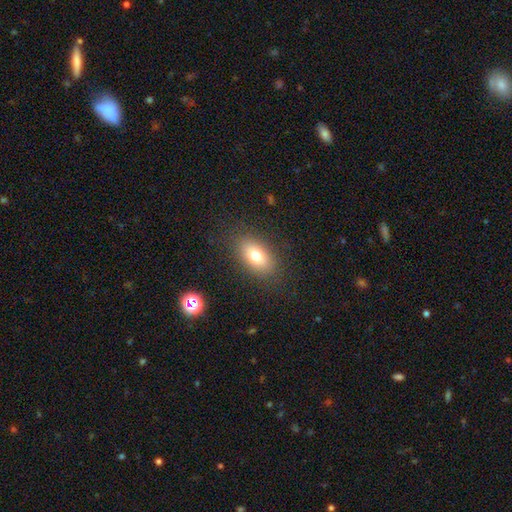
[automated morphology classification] A smooth galaxy with no disk features (76%) that is in between round and cigar-shaped (88%).

Vote fractions:
- Smooth or featured? smooth: 76% / featured or disk: 14% / star or artifact: 10%
- How rounded? in between: 88% / round: 8% / cigar-shaped: 4%
- Merging? none: 85% / minor disturbance: 10% / major disturbance: 4% / merger: 1%